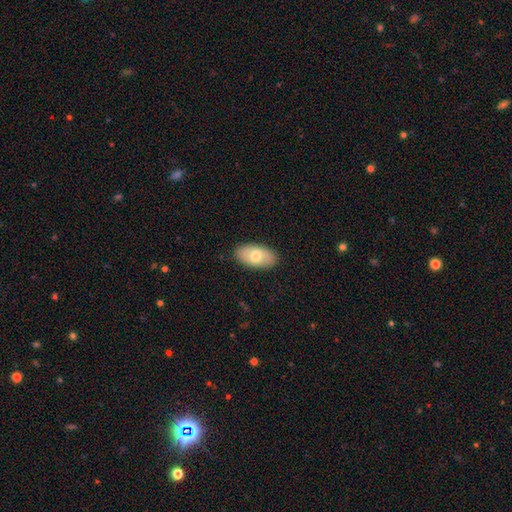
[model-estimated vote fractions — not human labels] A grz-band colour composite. It shows a smooth galaxy with no disk features (72%) that is in between round and cigar-shaped (94%). Merging: none (88%).